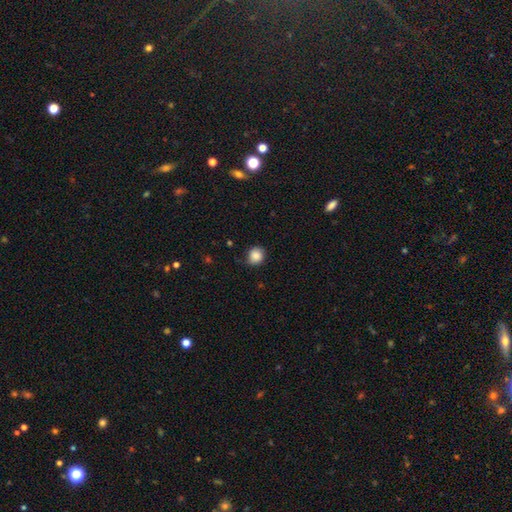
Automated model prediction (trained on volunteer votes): smooth-or-featured: smooth: 86% | star or artifact: 9% | featured or disk: 5%
  how-rounded: round: 82% | in between: 17% | cigar-shaped: 1%
  merging: none: 77% | minor disturbance: 18% | major disturbance: 3% | merger: 1%